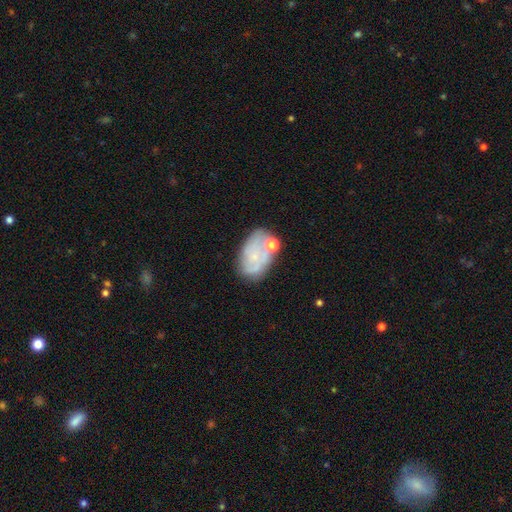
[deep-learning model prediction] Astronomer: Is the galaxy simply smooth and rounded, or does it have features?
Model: featured or disk — 55% (runner-up: smooth, 35%).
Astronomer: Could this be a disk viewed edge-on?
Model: no — 97%.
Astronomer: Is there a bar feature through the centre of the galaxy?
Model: no — 82%.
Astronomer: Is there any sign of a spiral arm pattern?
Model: yes — 56% (runner-up: no, 44%).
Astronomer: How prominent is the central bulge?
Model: small — 60%.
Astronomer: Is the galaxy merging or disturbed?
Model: none — 49%.